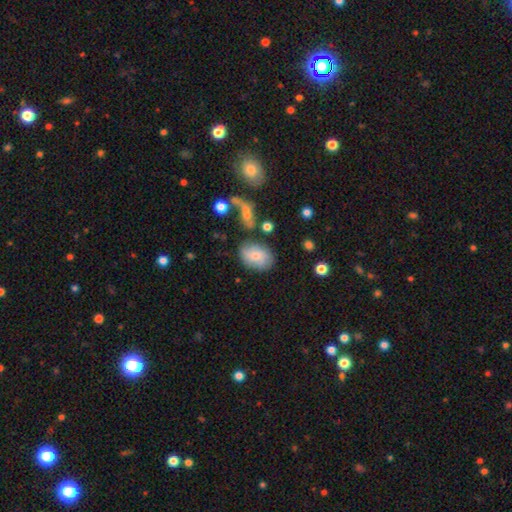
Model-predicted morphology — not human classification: This appears to be a smooth galaxy with no disk features (68%) that is in between round and cigar-shaped (70%). Merging: none (72%).